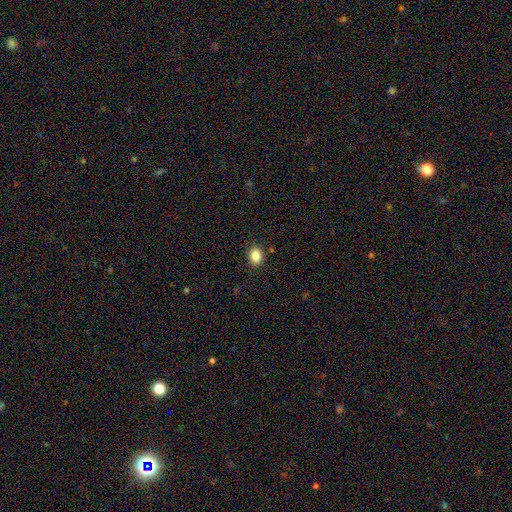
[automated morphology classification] Overall: smooth (85%). How rounded: round (52%; in between 47%). Merging: none (88%).